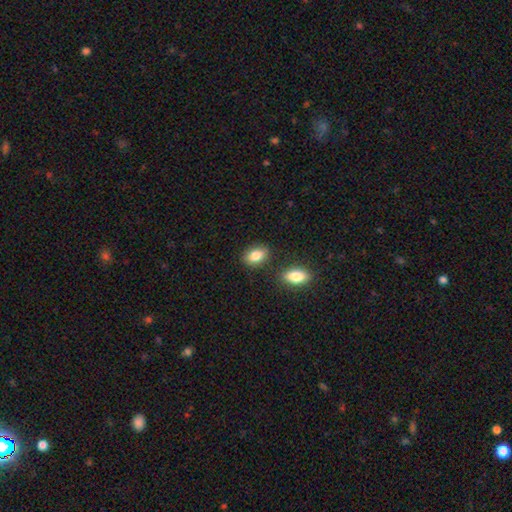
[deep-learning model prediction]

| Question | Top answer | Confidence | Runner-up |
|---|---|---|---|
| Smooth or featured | smooth | 84% | featured or disk (9%) |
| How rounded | in between | 85% | round (14%) |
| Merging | none | 81% | minor disturbance (10%) |